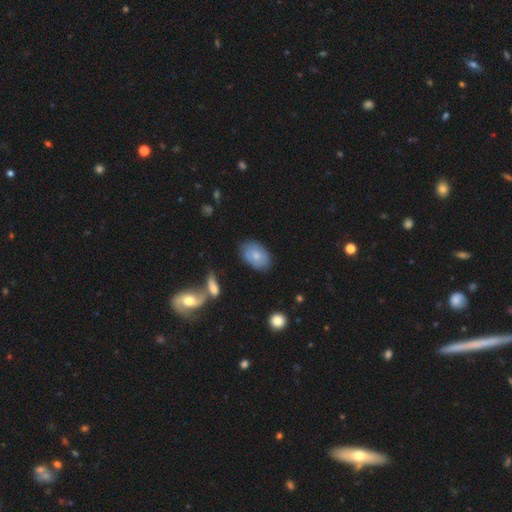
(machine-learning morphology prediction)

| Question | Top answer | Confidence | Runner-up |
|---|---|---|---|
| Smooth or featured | smooth | 63% | featured or disk (30%) |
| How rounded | in between | 88% | round (11%) |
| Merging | none | 72% | minor disturbance (19%) |